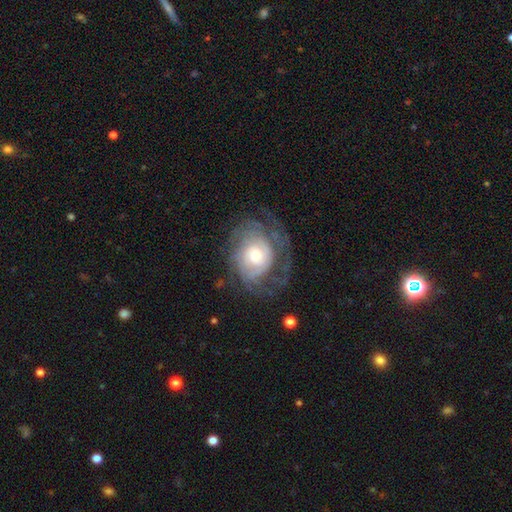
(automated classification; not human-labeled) Overall: featured or disk (77%). Edge-on disk: no (97%). Bar: no (78%). Spiral arms: yes (88%). Spiral arm count: can't tell (45%; 2 18%). Spiral winding: tight (56%; medium 31%). Bulge size: moderate (41%; large 38%). Merging: none (58%; major disturbance 21%).